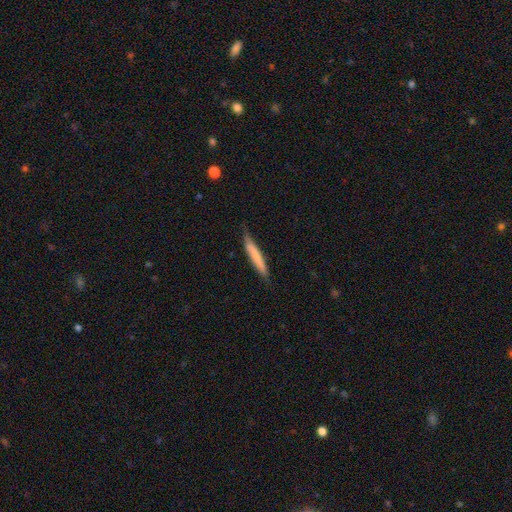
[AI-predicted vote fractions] smooth 69%, featured or disk 25%, star or artifact 6%. Down the decision tree: how rounded — cigar-shaped (94%); merging — none (76%).